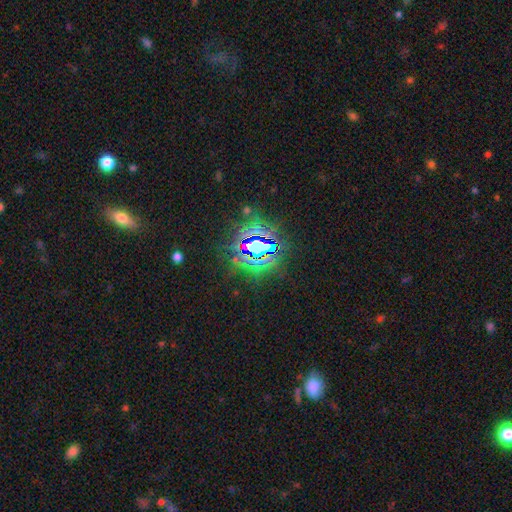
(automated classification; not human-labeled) This appears to be a star or artifact, not a galaxy (82%).